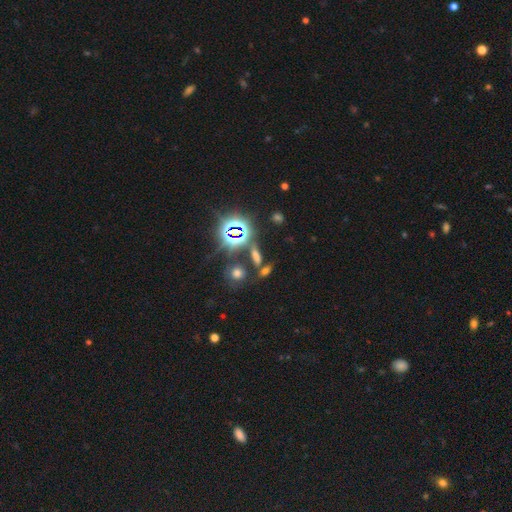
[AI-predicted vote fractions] Overall: star or artifact (43%; smooth 42%).